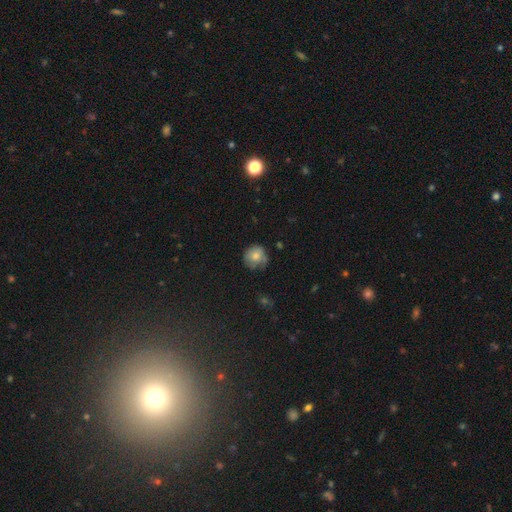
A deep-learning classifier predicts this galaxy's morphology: Smooth or featured? Predicted: smooth (p=0.72). How rounded? Predicted: round (p=0.89). Merging? Predicted: none (p=0.61).